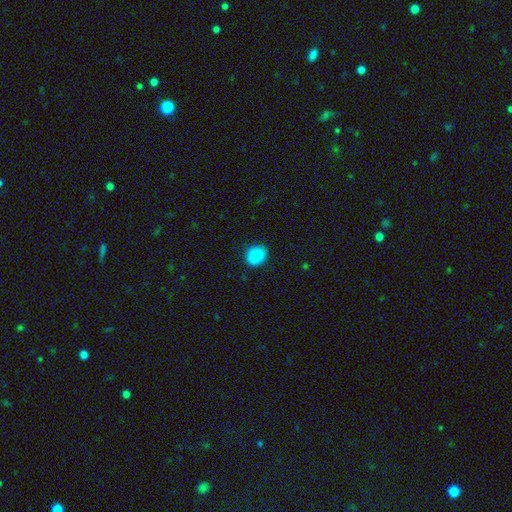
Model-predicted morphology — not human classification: This appears to be a smooth galaxy with no disk features (88%) that is round (68%). Merging: none (87%).